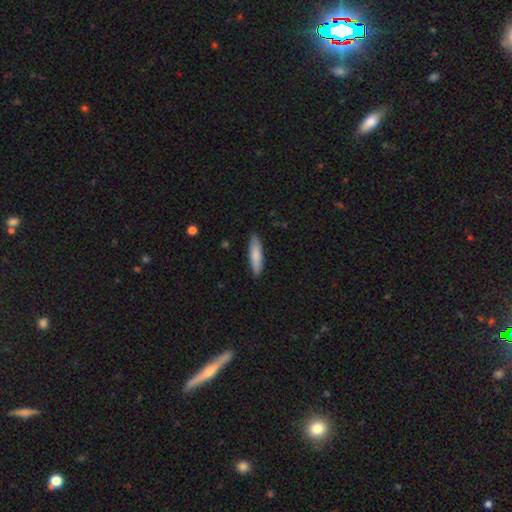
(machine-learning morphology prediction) Overall: smooth (82%). How rounded: cigar-shaped (70%). Merging: none (87%).